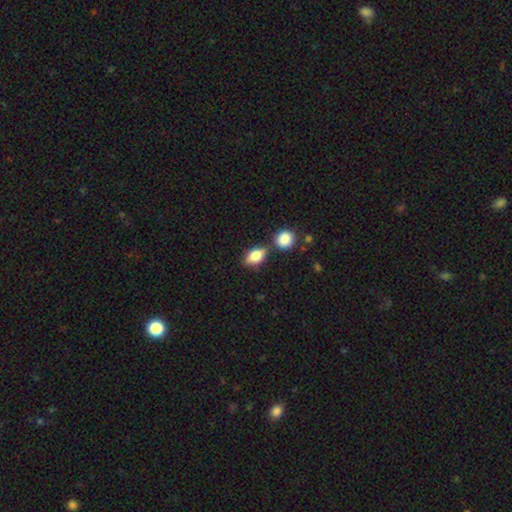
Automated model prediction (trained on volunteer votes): A smooth galaxy with no disk features (75%) that is in between round and cigar-shaped (78%).

Vote fractions:
- Smooth or featured? smooth: 75% / featured or disk: 16% / star or artifact: 9%
- How rounded? in between: 78% / round: 16% / cigar-shaped: 5%
- Merging? none: 65% / merger: 16% / minor disturbance: 15% / major disturbance: 4%